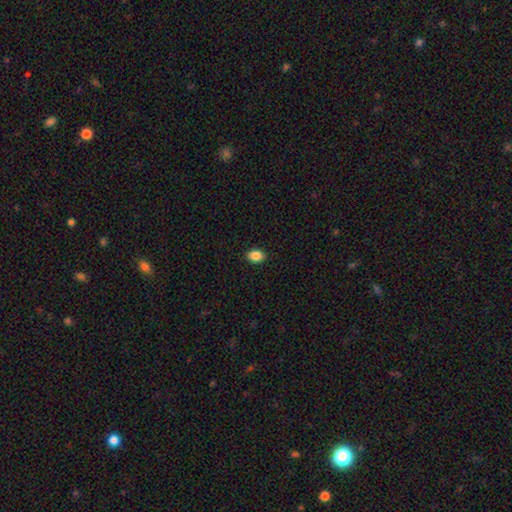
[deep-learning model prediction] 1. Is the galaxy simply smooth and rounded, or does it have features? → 87% smooth, 9% star or artifact, 4% featured or disk.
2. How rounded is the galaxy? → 64% in between, 35% round, 1% cigar-shaped.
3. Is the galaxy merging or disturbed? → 90% none, 8% minor disturbance, 2% major disturbance, 1% merger.